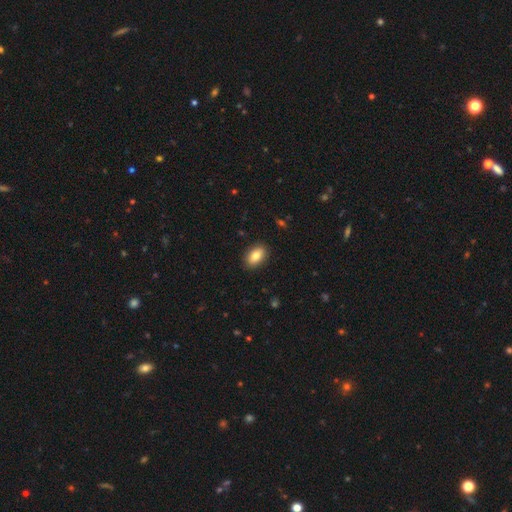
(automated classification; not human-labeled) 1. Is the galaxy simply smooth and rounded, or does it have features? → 84% smooth, 9% featured or disk, 7% star or artifact.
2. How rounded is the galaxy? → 90% in between, 9% round, 2% cigar-shaped.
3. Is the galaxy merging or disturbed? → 89% none, 8% minor disturbance, 2% major disturbance, 1% merger.